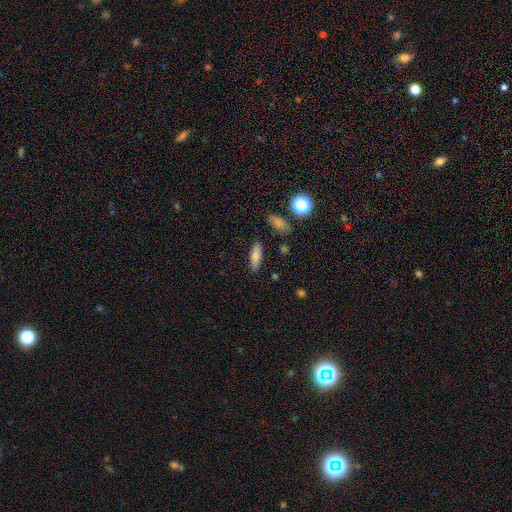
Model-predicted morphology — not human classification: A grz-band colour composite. It shows a smooth galaxy with no disk features (80%) that is in between round and cigar-shaped (52%). Merging: none (86%).